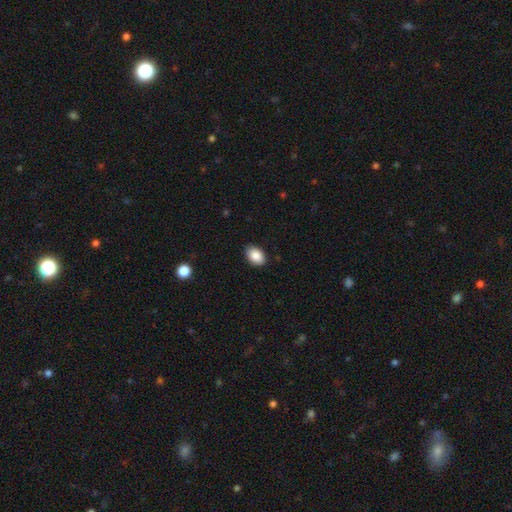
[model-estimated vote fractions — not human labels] Smooth or featured: smooth — 89% (star or artifact — 7%)
How rounded: in between — 86% (round — 13%)
Merging: none — 88% (minor disturbance — 9%)